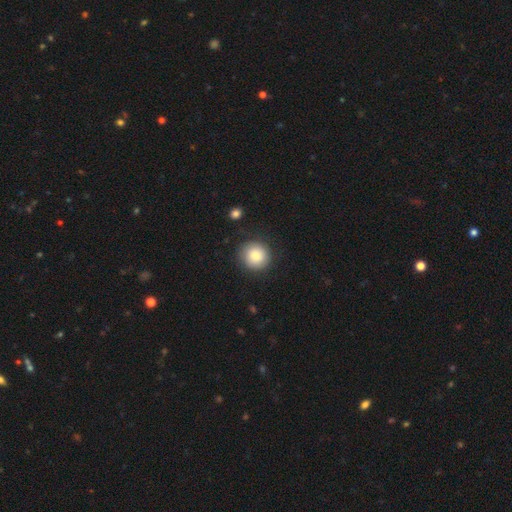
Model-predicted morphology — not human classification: Smooth or featured: smooth — 83% (featured or disk — 9%)
How rounded: round — 93% (in between — 6%)
Merging: none — 85% (minor disturbance — 10%)